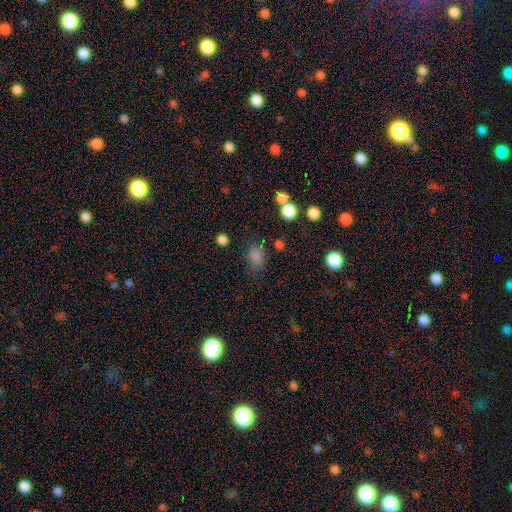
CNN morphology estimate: smooth_or_featured: smooth (p=0.80) [alt: star or artifact p=0.15]
how_rounded: in between (p=0.59) [alt: round p=0.40]
merging: none (p=0.72) [alt: minor disturbance p=0.18]